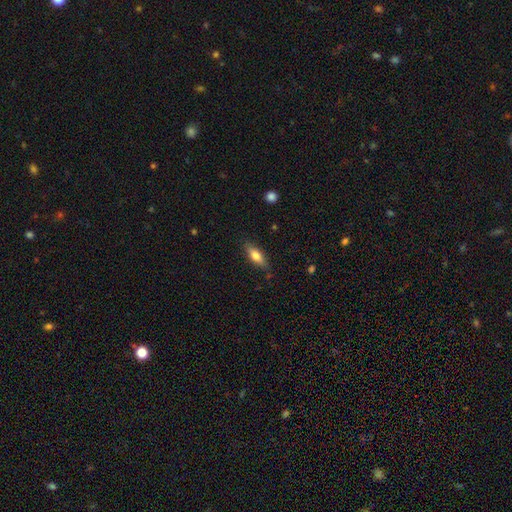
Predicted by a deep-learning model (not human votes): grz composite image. It shows a smooth galaxy with no disk features (68%) that is in between round and cigar-shaped (60%). Merging: none (82%).